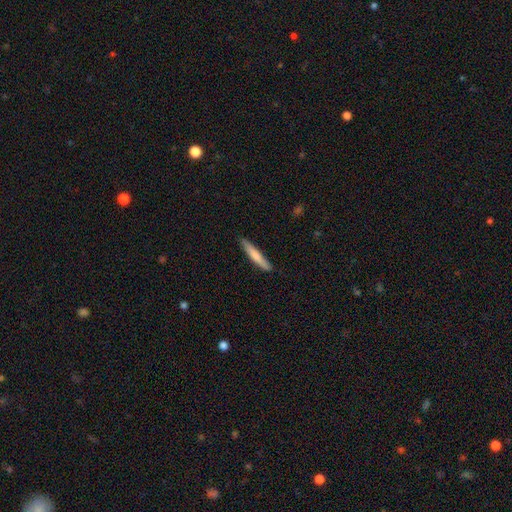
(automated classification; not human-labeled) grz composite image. It shows a smooth galaxy with no disk features (73%) that is cigar-shaped (93%). Merging: none (87%).